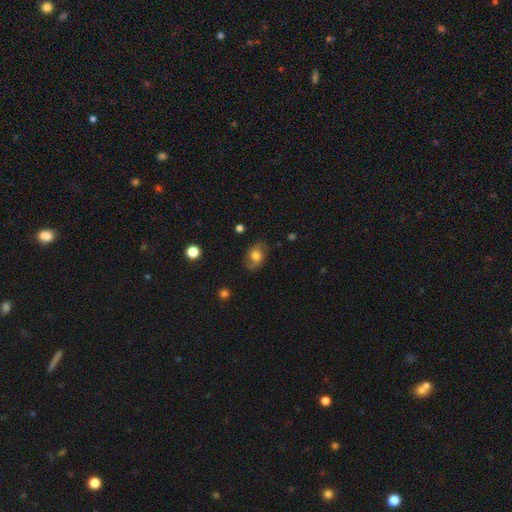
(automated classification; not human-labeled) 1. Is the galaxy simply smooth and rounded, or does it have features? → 59% smooth, 31% featured or disk, 10% star or artifact.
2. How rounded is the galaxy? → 65% in between, 33% round, 1% cigar-shaped.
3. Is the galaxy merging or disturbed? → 75% none, 18% minor disturbance, 6% major disturbance, 1% merger.